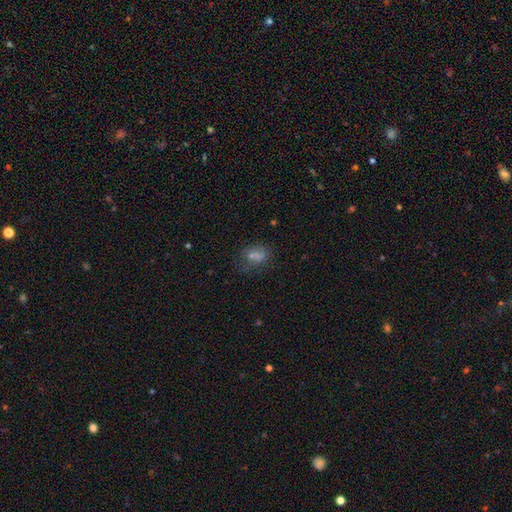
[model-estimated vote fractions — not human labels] Smooth or featured: smooth — 68% (star or artifact — 17%)
How rounded: in between — 59% (round — 38%)
Merging: none — 51% (minor disturbance — 21%)